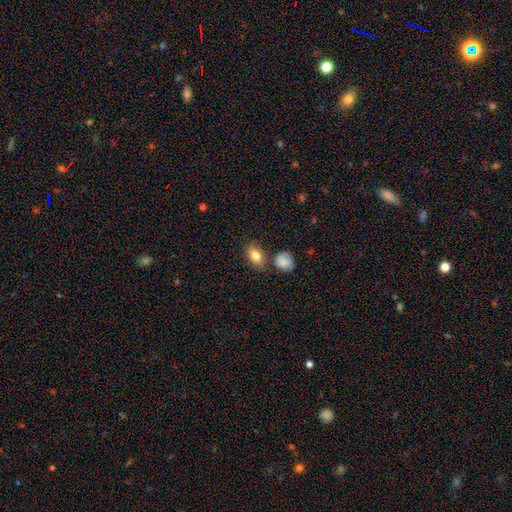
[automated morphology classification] Smooth or featured: smooth — 83% (featured or disk — 9%)
How rounded: in between — 83% (round — 14%)
Merging: none — 71% (minor disturbance — 15%)